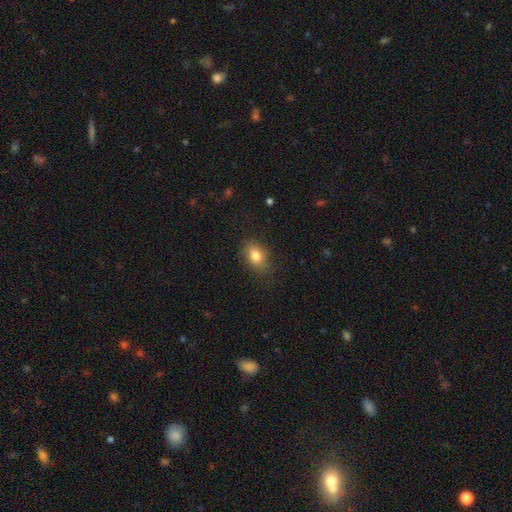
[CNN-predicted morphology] This is clearly a smooth galaxy (82%). How rounded: clearly in between (83%). Merging: clearly none (83%).